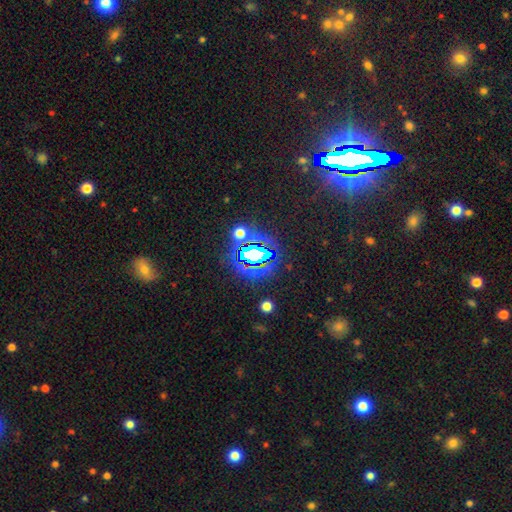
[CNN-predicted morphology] A star or artifact, not a galaxy (75%).

Vote fractions:
- Smooth or featured? star or artifact: 75% / smooth: 15% / featured or disk: 9%